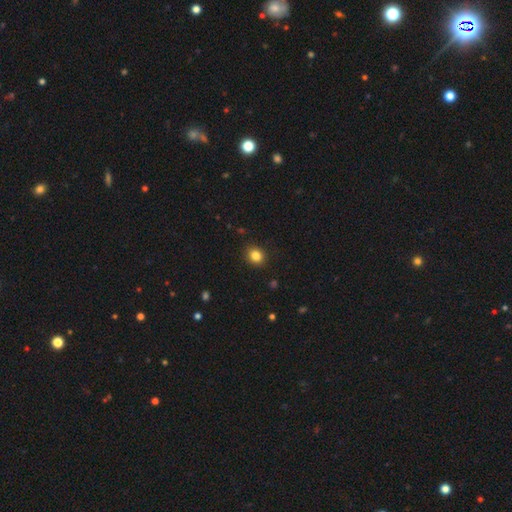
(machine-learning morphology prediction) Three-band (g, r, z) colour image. It shows a smooth galaxy with no disk features (84%) that is round (69%). Merging: none (89%).